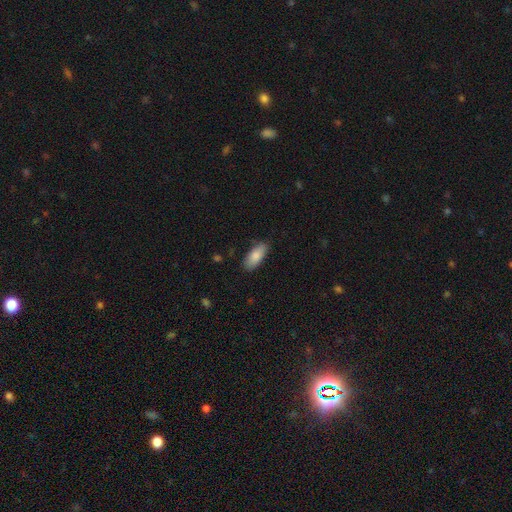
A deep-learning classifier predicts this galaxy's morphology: Q: Smooth or featured?
A: smooth (84%); runner-up: featured or disk (10%)
Q: How rounded?
A: in between (85%); runner-up: cigar-shaped (13%)
Q: Merging?
A: none (83%); runner-up: minor disturbance (14%)